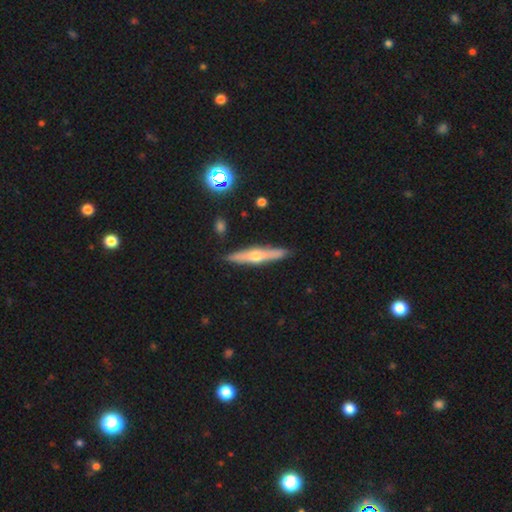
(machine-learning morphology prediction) This appears to be a featured or disk galaxy (63%) viewed edge-on (95%) with a rounded central bulge (90%). Merging: none (90%).